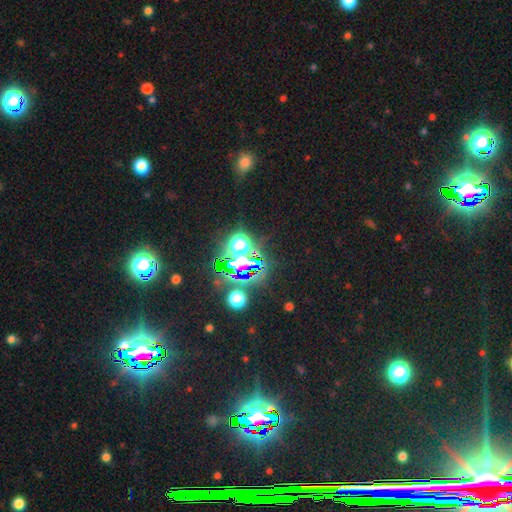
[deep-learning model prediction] Q: Smooth or featured?
A: star or artifact (77%); runner-up: smooth (14%)